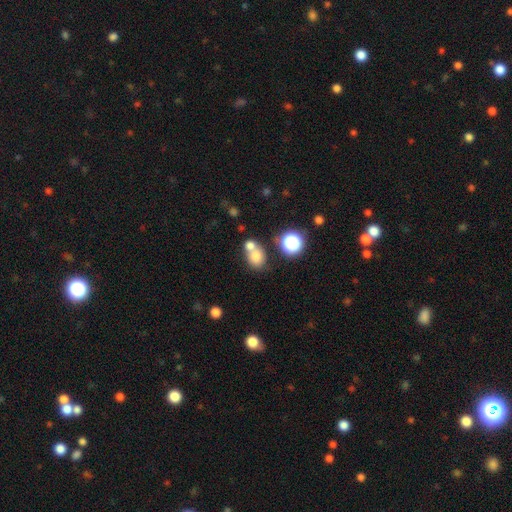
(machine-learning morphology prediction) A smooth galaxy with no disk features (76%) that is round (57%). Merging: merger (46%).